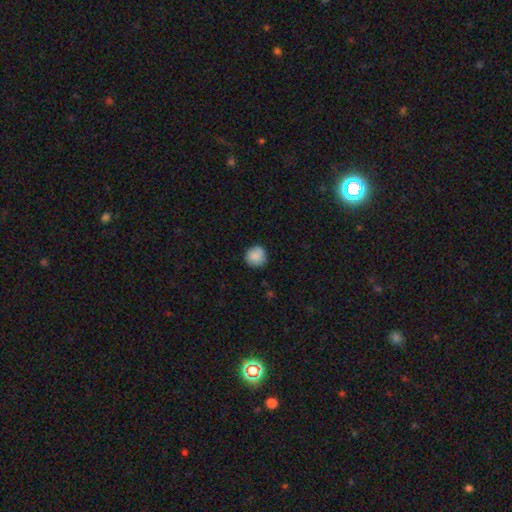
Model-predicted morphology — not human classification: A smooth galaxy with no disk features (84%) that is round (91%). Merging: none (79%).